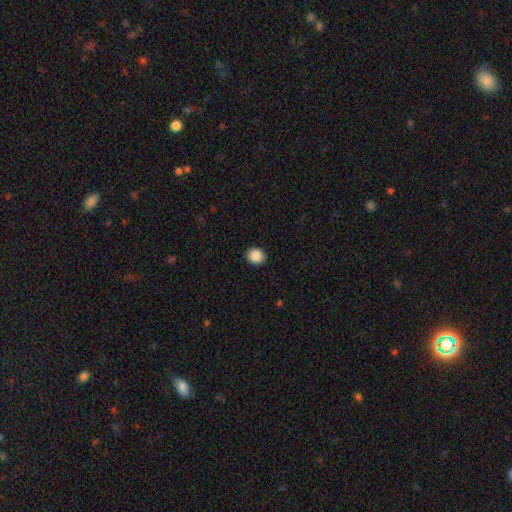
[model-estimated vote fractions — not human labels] This appears to be a smooth galaxy with no disk features (89%) that is round (72%). Merging: none (91%).